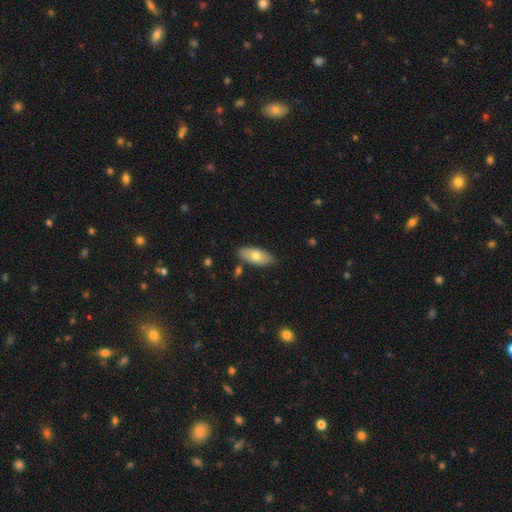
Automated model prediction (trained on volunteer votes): Smooth or featured? smooth (69%)
How rounded? in between (86%)
Merging? none (82%)